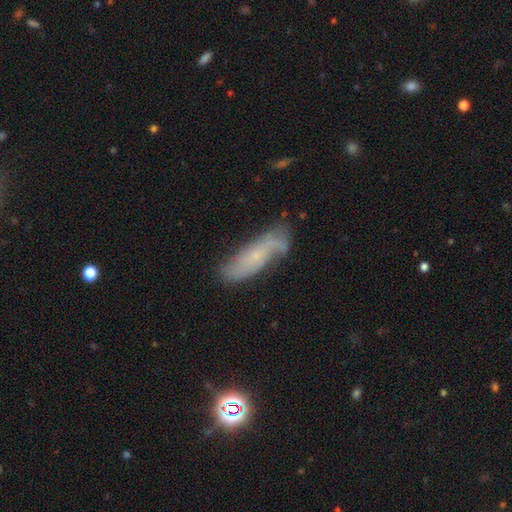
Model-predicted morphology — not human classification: Smooth or featured?
  - featured or disk: 55% *
  - smooth: 36%
  - star or artifact: 10%
Edge-on disk?
  - no: 75% *
  - yes: 25%
Merging?
  - none: 59% *
  - minor disturbance: 27%
  - major disturbance: 9%
  - merger: 4%